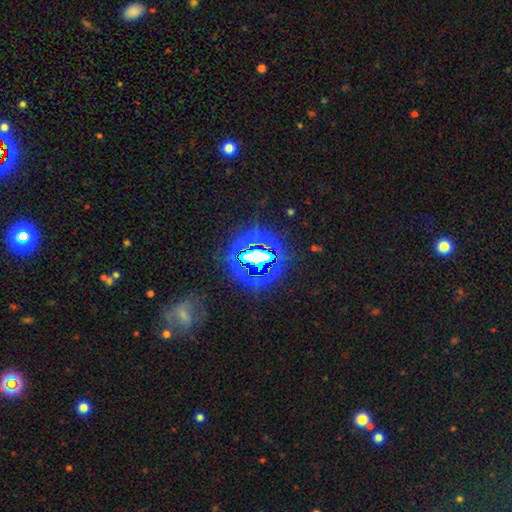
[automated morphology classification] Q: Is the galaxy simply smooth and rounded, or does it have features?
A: star or artifact — 78%.